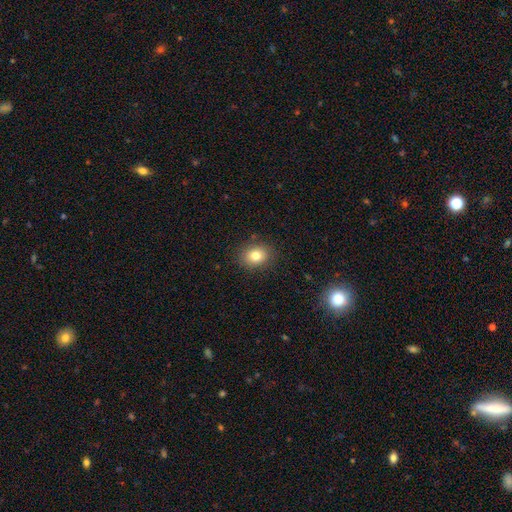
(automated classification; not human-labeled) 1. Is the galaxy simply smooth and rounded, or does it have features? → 79% smooth, 11% star or artifact, 10% featured or disk.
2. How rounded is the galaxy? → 55% round, 44% in between, 1% cigar-shaped.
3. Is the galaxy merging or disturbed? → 87% none, 9% minor disturbance, 3% major disturbance, 1% merger.